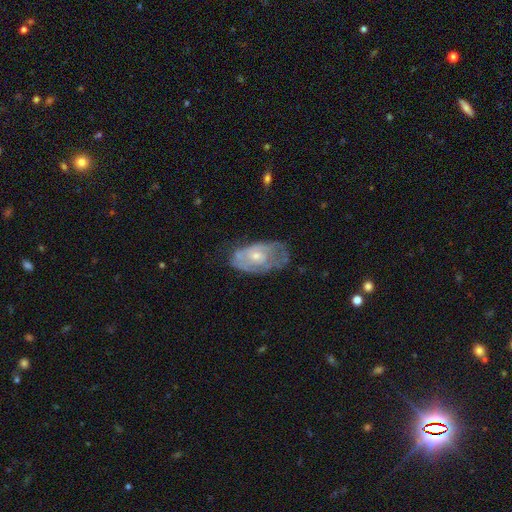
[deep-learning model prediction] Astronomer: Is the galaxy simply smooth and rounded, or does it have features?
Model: featured or disk — 65%.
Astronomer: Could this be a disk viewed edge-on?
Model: no — 93%.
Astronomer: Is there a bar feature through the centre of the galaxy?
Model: no — 76%.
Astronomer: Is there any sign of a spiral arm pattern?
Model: yes — 57% (runner-up: no, 43%).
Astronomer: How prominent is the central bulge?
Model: small — 50% (runner-up: moderate, 44%).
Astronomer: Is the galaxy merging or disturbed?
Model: none — 51% (runner-up: minor disturbance, 30%).